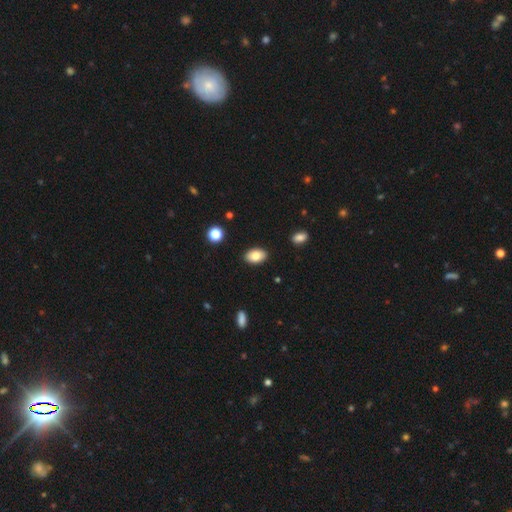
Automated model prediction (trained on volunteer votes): This appears to be a smooth galaxy with no disk features (83%) that is in between round and cigar-shaped (90%). Merging: none (88%).